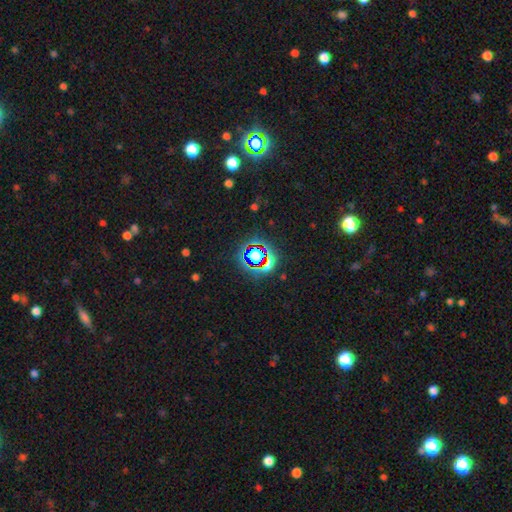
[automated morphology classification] smooth-or-featured: star or artifact: 64% | smooth: 25% | featured or disk: 11%